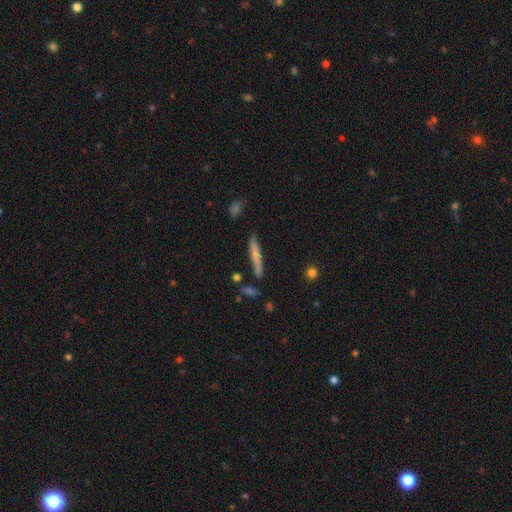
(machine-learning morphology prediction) A smooth galaxy with no disk features (62%) that is cigar-shaped (94%). Merging: none (80%).